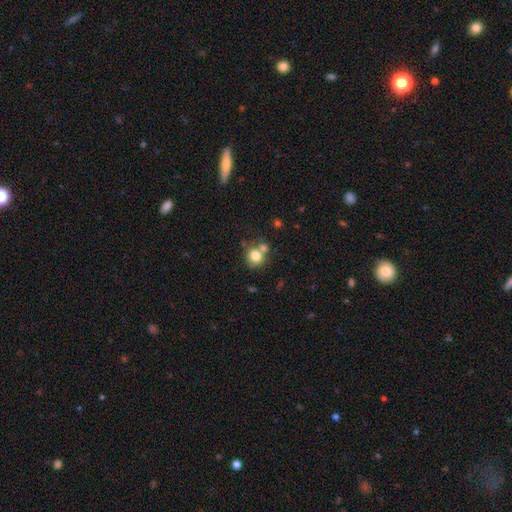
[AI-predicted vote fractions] Overall: smooth (78%). How rounded: round (83%). Merging: none (56%; merger 29%).